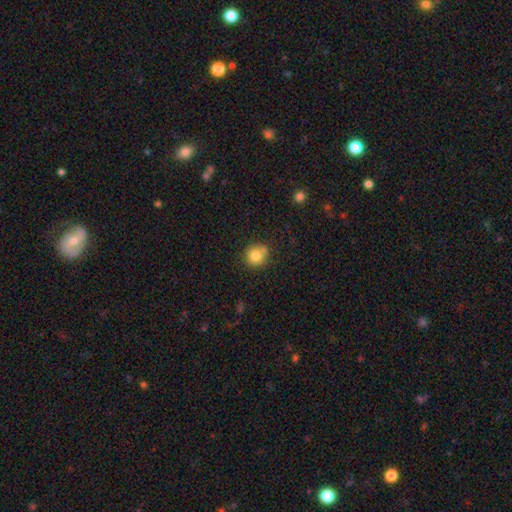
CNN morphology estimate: Smooth or featured? smooth (81%)
How rounded? round (90%)
Merging? none (70%)